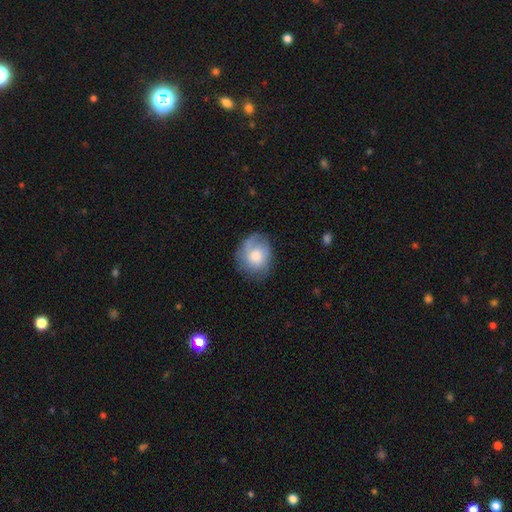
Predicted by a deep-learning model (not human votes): Overall: smooth (65%; featured or disk 28%). How rounded: round (63%; in between 36%). Merging: none (65%).